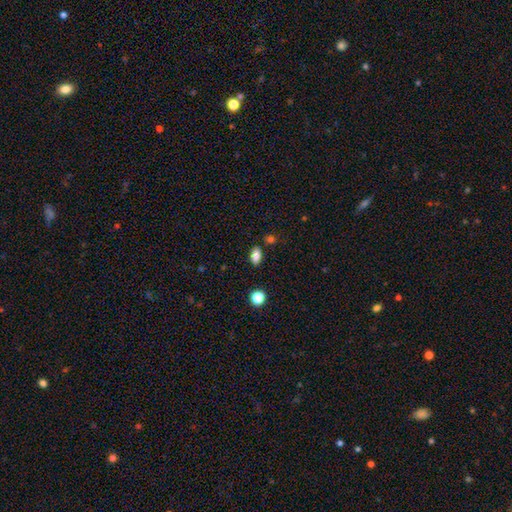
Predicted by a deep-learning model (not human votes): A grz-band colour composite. It shows a smooth galaxy with no disk features (85%) that is in between round and cigar-shaped (87%). Merging: none (82%).